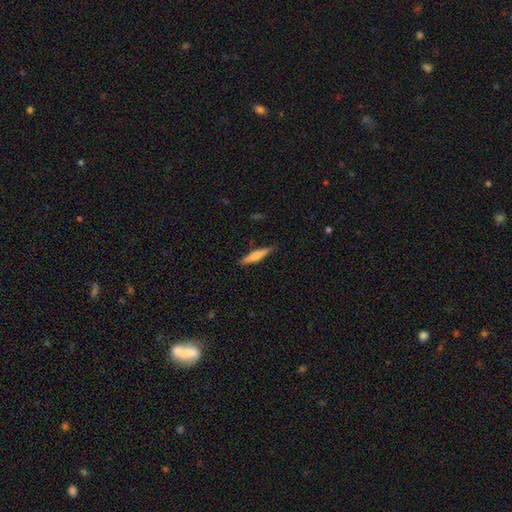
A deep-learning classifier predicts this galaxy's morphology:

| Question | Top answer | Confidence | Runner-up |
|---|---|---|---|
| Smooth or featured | smooth | 65% | featured or disk (29%) |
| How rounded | cigar-shaped | 85% | in between (13%) |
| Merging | none | 86% | minor disturbance (11%) |